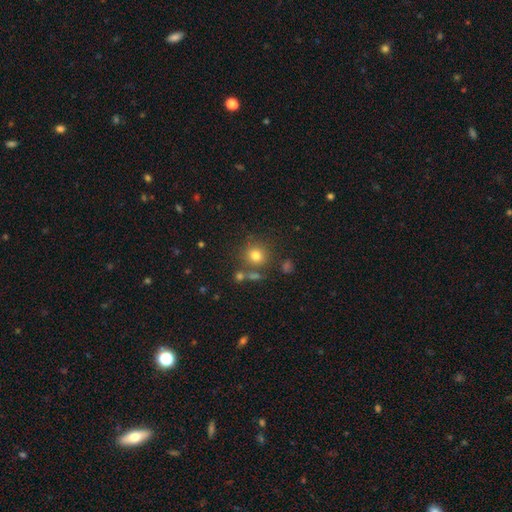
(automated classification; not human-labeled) Overall: smooth (77%). How rounded: round (87%). Merging: none (74%).